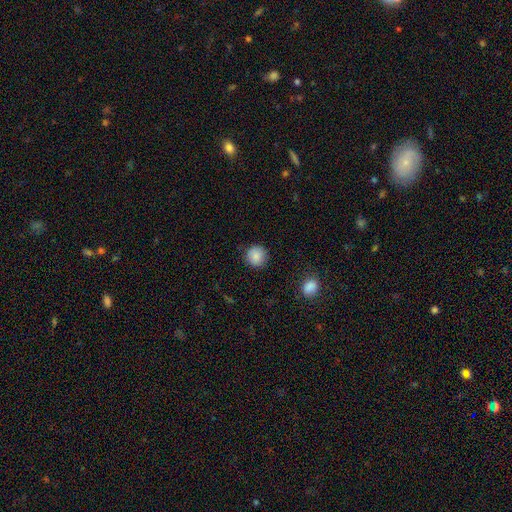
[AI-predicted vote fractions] smooth_or_featured: smooth (p=0.87) [alt: star or artifact p=0.09]
how_rounded: round (p=0.93) [alt: in between p=0.06]
merging: none (p=0.88) [alt: minor disturbance p=0.09]